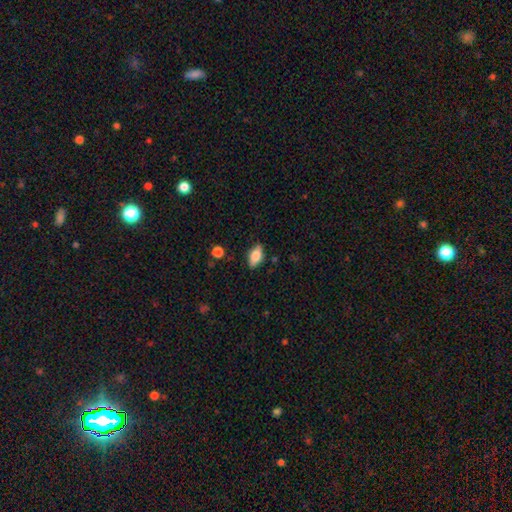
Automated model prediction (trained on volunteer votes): Q: Smooth or featured?
A: smooth (71%); runner-up: featured or disk (21%)
Q: How rounded?
A: in between (85%); runner-up: cigar-shaped (11%)
Q: Merging?
A: none (84%); runner-up: minor disturbance (12%)